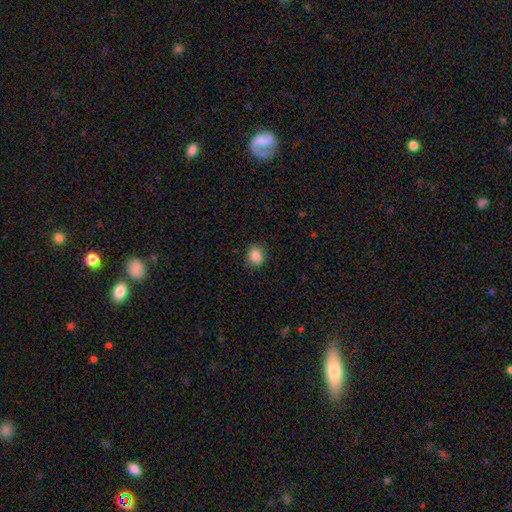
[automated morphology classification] type=smooth (86%); roundness=round (57%); merging=none (83%).